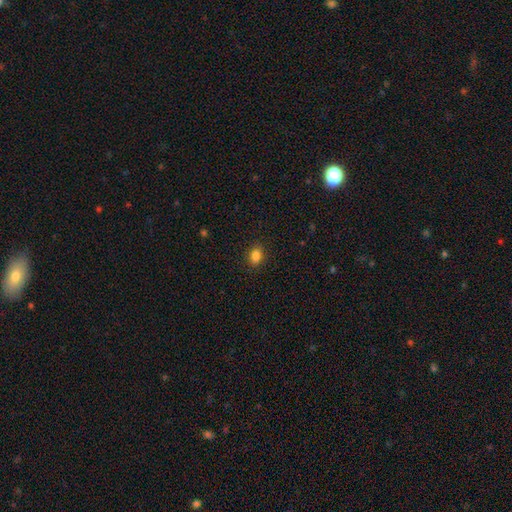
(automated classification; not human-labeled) smooth-or-featured: smooth: 85% | star or artifact: 10% | featured or disk: 4%
  how-rounded: in between: 71% | round: 28% | cigar-shaped: 1%
  merging: none: 89% | minor disturbance: 8% | major disturbance: 2% | merger: 1%